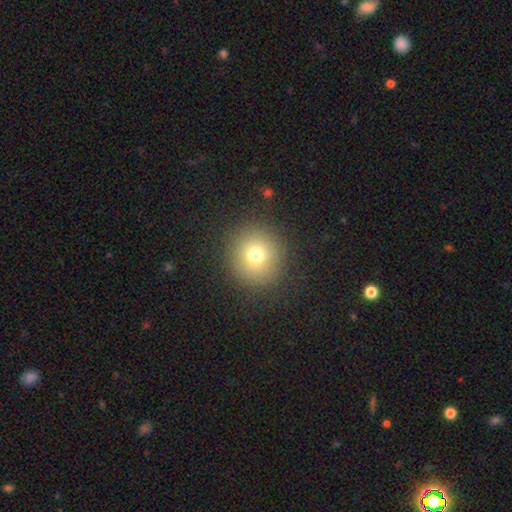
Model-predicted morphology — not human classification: A smooth galaxy with no disk features (73%) that is round (92%).

Vote fractions:
- Smooth or featured? smooth: 73% / star or artifact: 15% / featured or disk: 11%
- How rounded? round: 92% / in between: 7% / cigar-shaped: 1%
- Merging? none: 88% / minor disturbance: 7% / major disturbance: 4% / merger: 1%